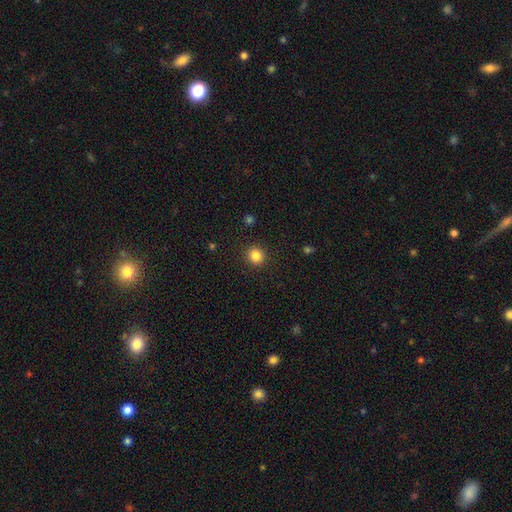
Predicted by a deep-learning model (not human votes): Q: Smooth or featured?
A: smooth (84%); runner-up: star or artifact (11%)
Q: How rounded?
A: round (90%); runner-up: in between (9%)
Q: Merging?
A: none (91%); runner-up: minor disturbance (6%)